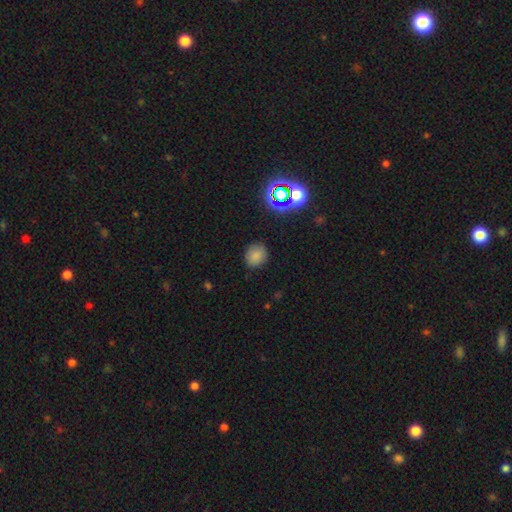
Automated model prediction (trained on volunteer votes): Overall: smooth (78%). How rounded: round (74%). Merging: none (86%).